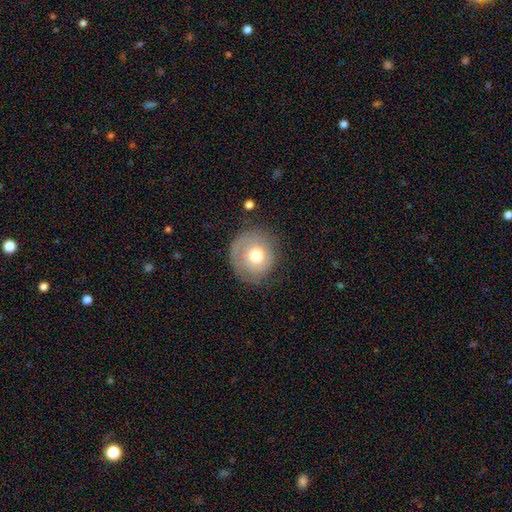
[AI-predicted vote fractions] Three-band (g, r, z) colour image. It shows a smooth galaxy with no disk features (60%) that is round (88%). Merging: none (70%).